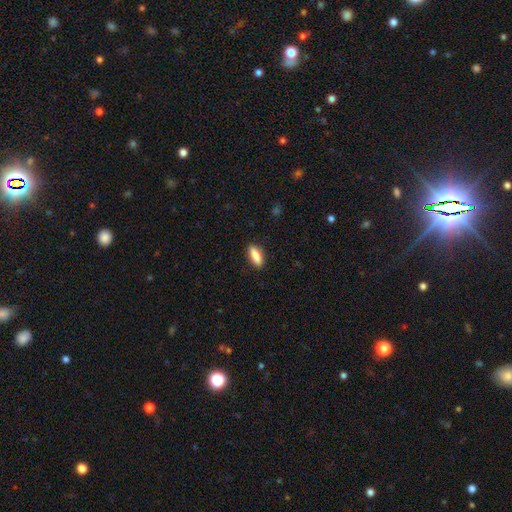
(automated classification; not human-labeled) Smooth or featured?
  - smooth: 86% *
  - featured or disk: 8%
  - star or artifact: 7%
How rounded?
  - in between: 59% *
  - cigar-shaped: 39%
  - round: 2%
Merging?
  - none: 88% *
  - minor disturbance: 9%
  - major disturbance: 2%
  - merger: 1%